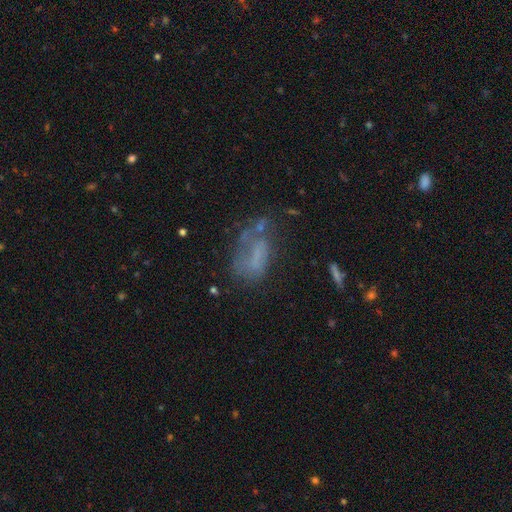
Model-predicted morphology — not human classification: smooth-or-featured: smooth: 42% | featured or disk: 41% | star or artifact: 16%
  merging: major disturbance: 34% | none: 33% | minor disturbance: 23% | merger: 10%